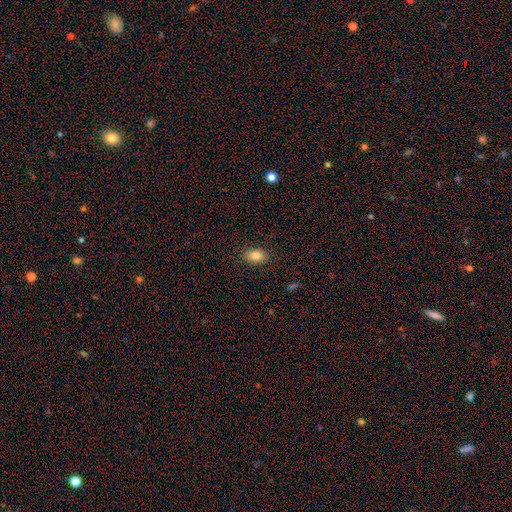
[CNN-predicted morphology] type=smooth (82%); roundness=in between (83%); merging=none (88%).